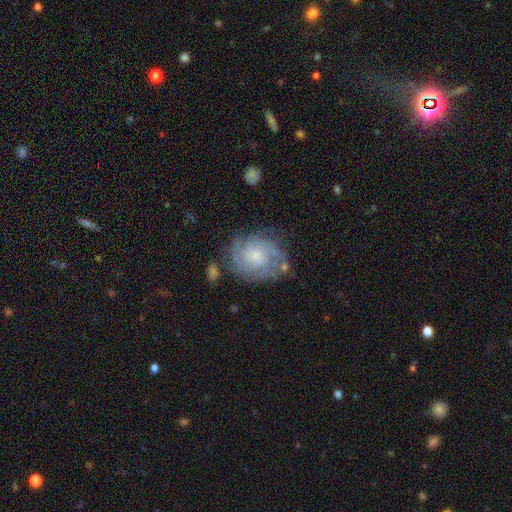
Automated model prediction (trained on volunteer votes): Smooth or featured: featured or disk — 76% (smooth — 17%)
Edge-on disk: no — 97% (yes — 3%)
Bar: no — 76% (weak — 21%)
Spiral arms: yes — 92% (no — 8%)
Spiral winding: tight — 66% (medium — 27%)
Spiral arm count: can't tell — 38% (2 — 22%)
Bulge size: small — 56% (moderate — 30%)
Merging: none — 68% (minor disturbance — 20%)